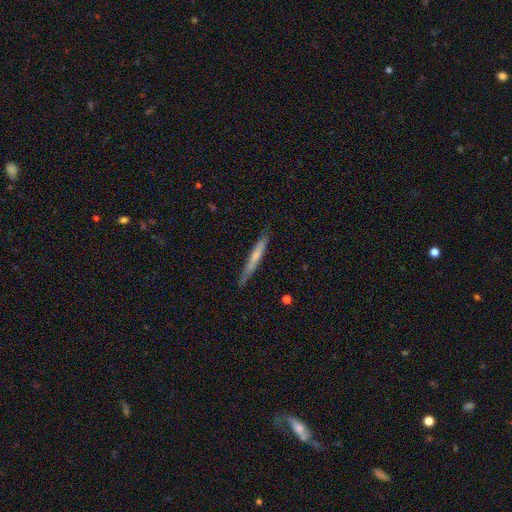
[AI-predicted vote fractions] A smooth galaxy with no disk features (57%) that is cigar-shaped (95%).

Vote fractions:
- Smooth or featured? smooth: 57% / featured or disk: 38% / star or artifact: 6%
- How rounded? cigar-shaped: 95% / in between: 3% / round: 1%
- Merging? none: 80% / minor disturbance: 16% / major disturbance: 2% / merger: 2%